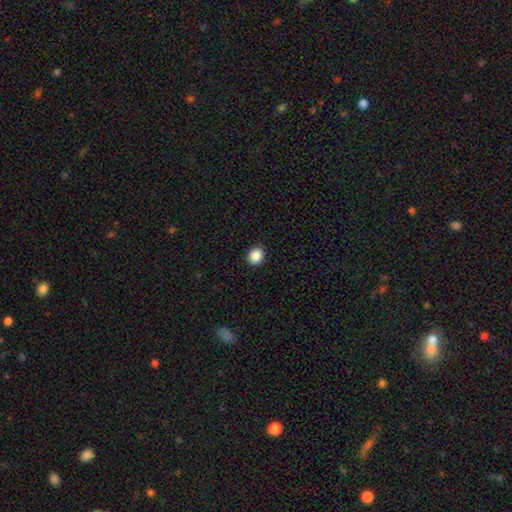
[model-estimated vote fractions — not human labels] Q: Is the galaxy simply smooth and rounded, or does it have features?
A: smooth — 88%.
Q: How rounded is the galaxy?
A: round — 71%.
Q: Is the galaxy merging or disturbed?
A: none — 90%.